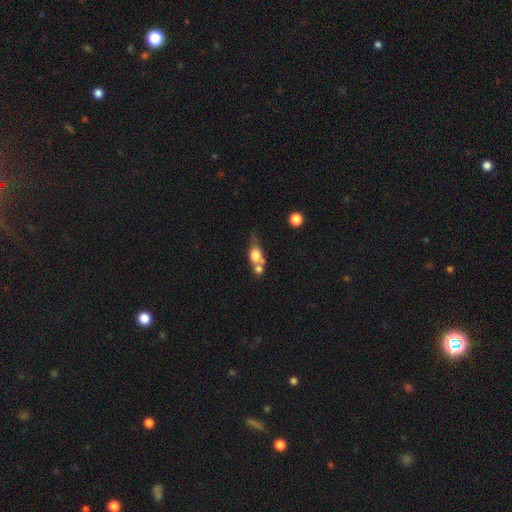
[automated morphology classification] This is likely a smooth galaxy (63%). How rounded: possibly in between (51%). Merging: possibly merger (45%).